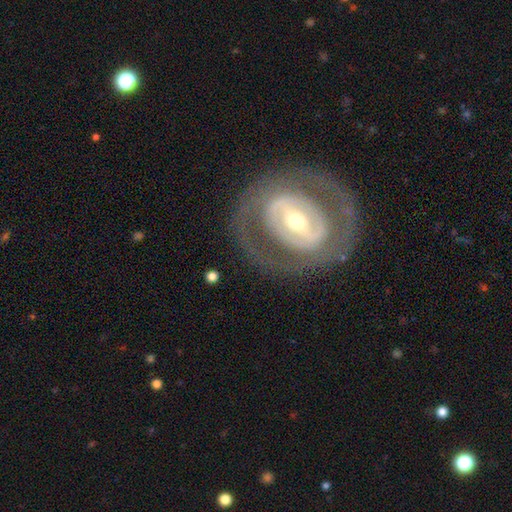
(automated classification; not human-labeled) featured or disk 77%, smooth 17%, star or artifact 6%. Down the decision tree: edge-on disk — no (94%); bar — strong (35%, tied with no); spiral arms — yes (52%); bulge size — moderate (47%); merging — none (79%).